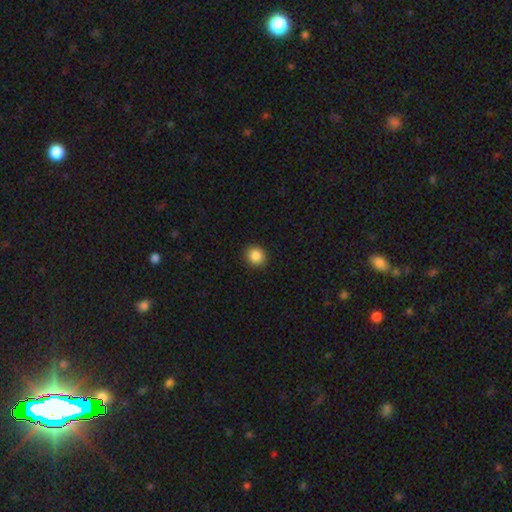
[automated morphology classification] A smooth galaxy with no disk features (87%) that is round (87%). Merging: none (92%).